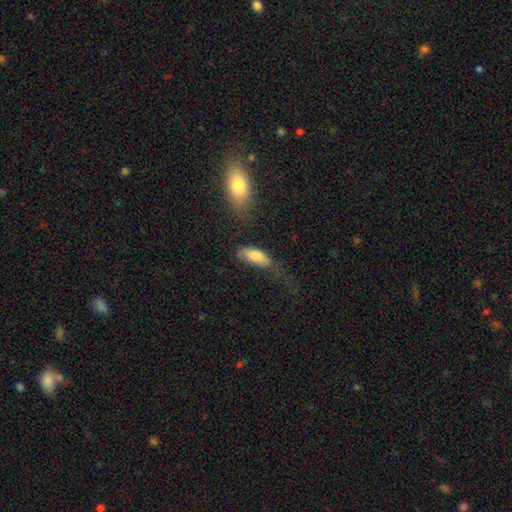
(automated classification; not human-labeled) Overall: smooth (79%). How rounded: in between (80%). Merging: none (42%; minor disturbance 28%).